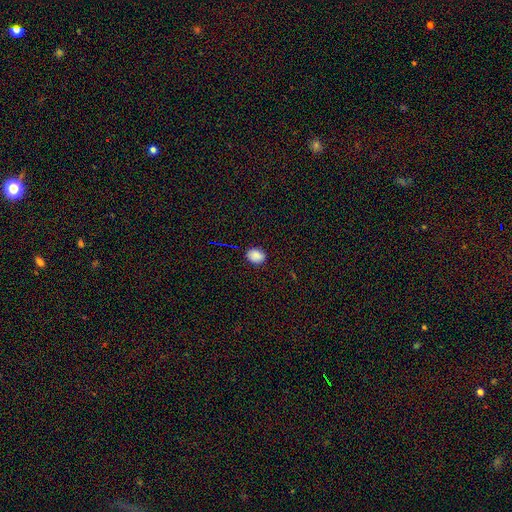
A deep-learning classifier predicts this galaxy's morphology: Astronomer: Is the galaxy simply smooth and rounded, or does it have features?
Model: smooth — 86%.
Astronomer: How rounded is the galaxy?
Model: in between — 58% (runner-up: round, 41%).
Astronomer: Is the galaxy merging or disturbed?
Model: none — 85%.